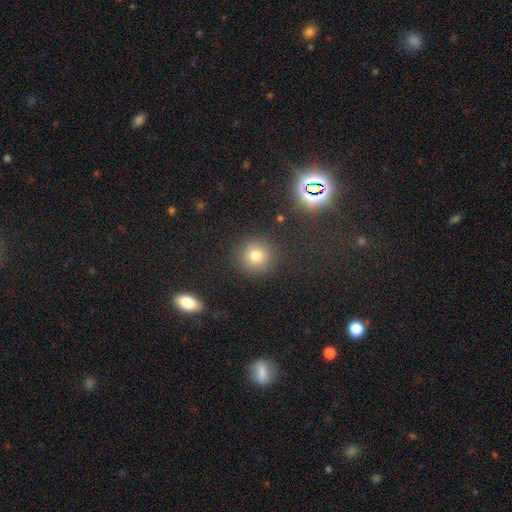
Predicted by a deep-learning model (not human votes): Smooth or featured? Predicted: smooth (p=0.77). How rounded? Predicted: round (p=0.93). Merging? Predicted: none (p=0.89).